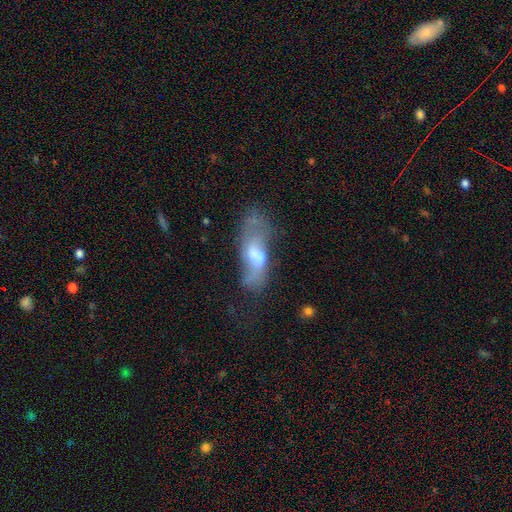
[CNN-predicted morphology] A featured or disk galaxy (51%).

Vote fractions:
- Smooth or featured? featured or disk: 51% / smooth: 41% / star or artifact: 9%
- Edge-on disk? no: 86% / yes: 14%
- Merging? none: 34% / major disturbance: 29% / minor disturbance: 25% / merger: 12%